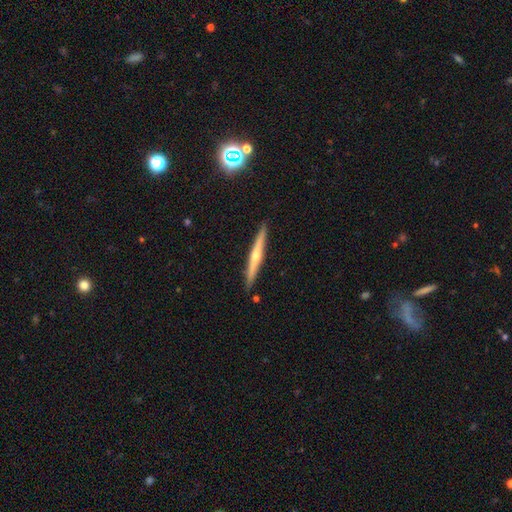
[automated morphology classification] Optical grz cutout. It shows a featured or disk galaxy (61%) viewed edge-on (98%) with a rounded central bulge (69%). Merging: none (90%).